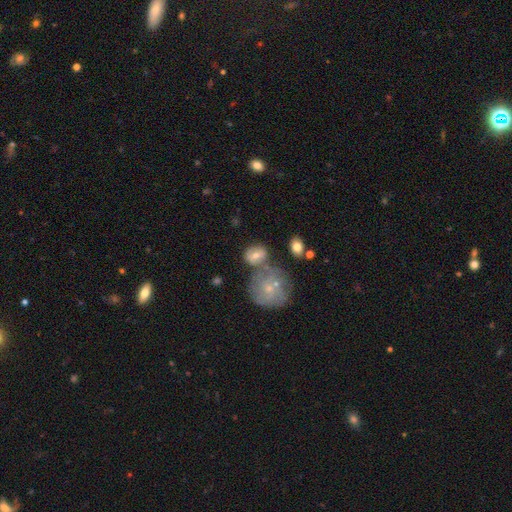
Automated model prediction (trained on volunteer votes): This appears to be a smooth galaxy with no disk features (52%) that is round (58%). Merging: none (45%).